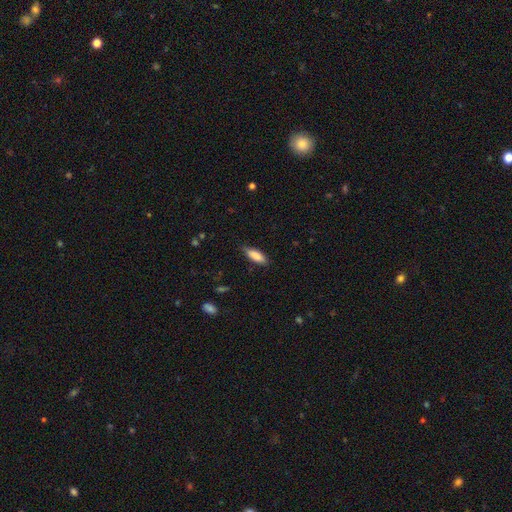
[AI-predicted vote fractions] Smooth or featured? Predicted: smooth (p=0.85). How rounded? Predicted: in between (p=0.62). Merging? Predicted: none (p=0.81).